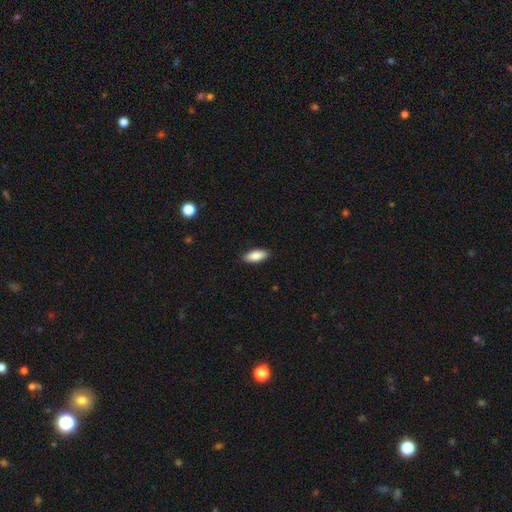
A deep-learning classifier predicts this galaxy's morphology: This is clearly a smooth galaxy (87%). How rounded: clearly in between (82%). Merging: clearly none (88%).